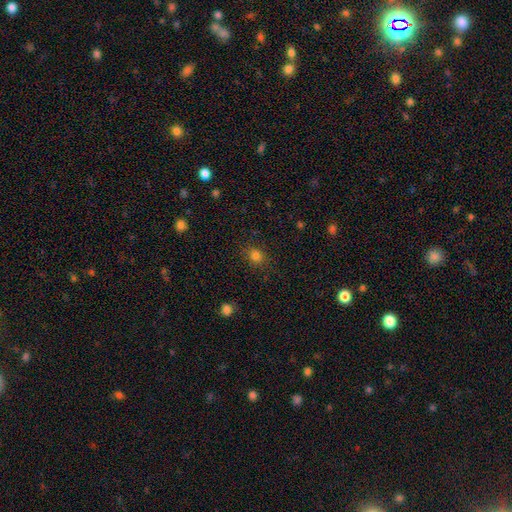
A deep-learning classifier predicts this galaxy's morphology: A smooth galaxy with no disk features (81%) that is round (71%).

Vote fractions:
- Smooth or featured? smooth: 81% / star or artifact: 14% / featured or disk: 5%
- How rounded? round: 71% / in between: 28% / cigar-shaped: 1%
- Merging? none: 84% / minor disturbance: 11% / major disturbance: 3% / merger: 1%